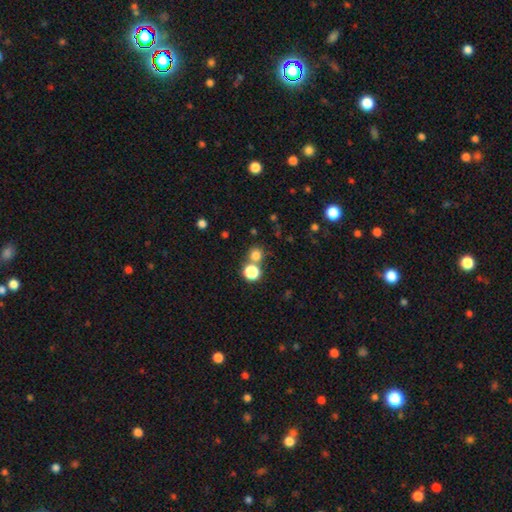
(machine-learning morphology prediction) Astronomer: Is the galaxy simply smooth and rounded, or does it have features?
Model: smooth — 75%.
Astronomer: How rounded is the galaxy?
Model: round — 91%.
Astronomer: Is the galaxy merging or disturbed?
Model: none — 66%.